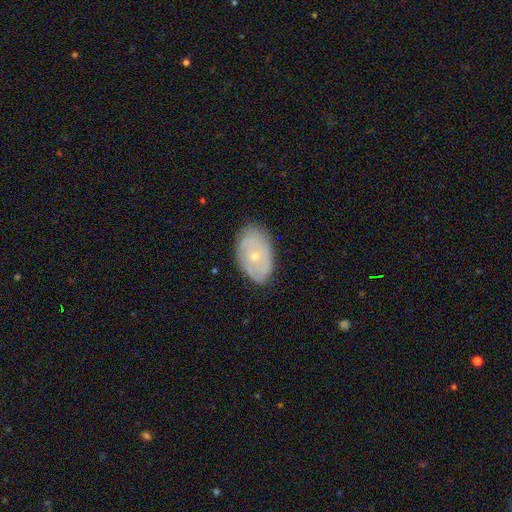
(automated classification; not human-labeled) smooth_or_featured: featured or disk (p=0.60) [alt: smooth p=0.33]
disk_edge_on: no (p=0.94) [alt: yes p=0.06]
bar: no (p=0.85) [alt: weak p=0.13]
has_spiral_arms: yes (p=0.65) [alt: no p=0.35]
bulge_size: small (p=0.67) [alt: moderate p=0.30]
merging: none (p=0.79) [alt: minor disturbance p=0.16]